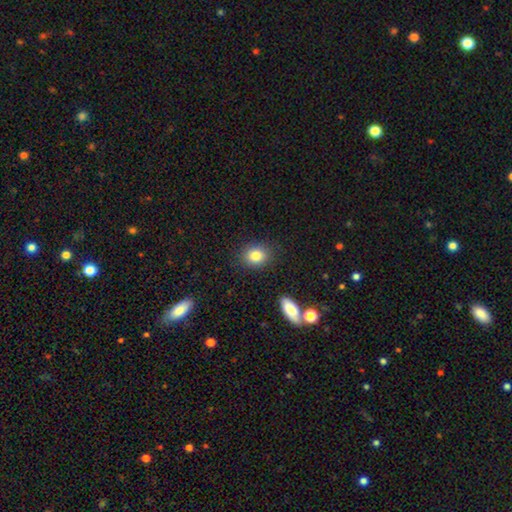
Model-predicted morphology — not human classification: type=smooth (84%); roundness=round (59%); merging=none (86%).